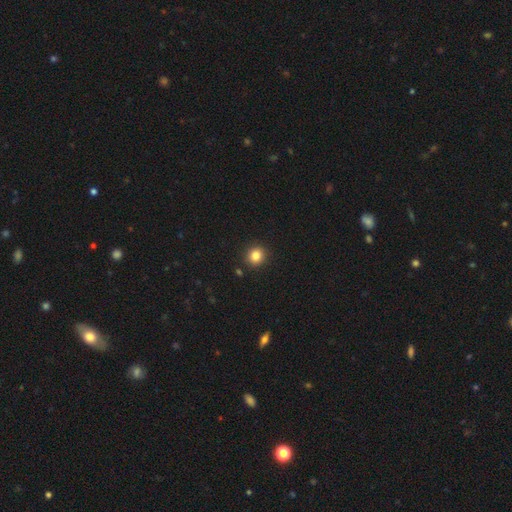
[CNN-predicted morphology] Q: Smooth or featured?
A: smooth (84%); runner-up: star or artifact (11%)
Q: How rounded?
A: round (86%); runner-up: in between (13%)
Q: Merging?
A: none (91%); runner-up: minor disturbance (6%)